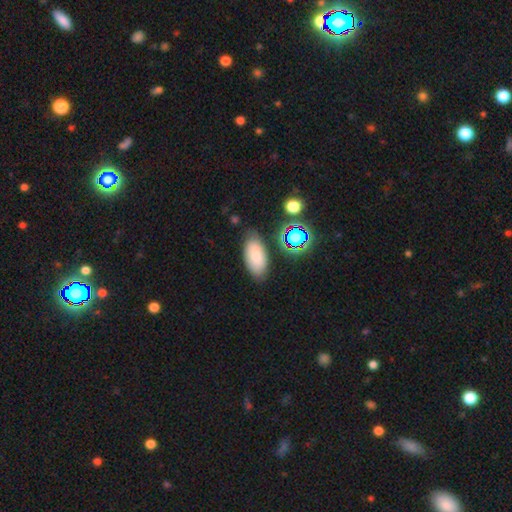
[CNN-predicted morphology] This appears to be a smooth galaxy with no disk features (78%) that is in between round and cigar-shaped (93%). Merging: none (76%).